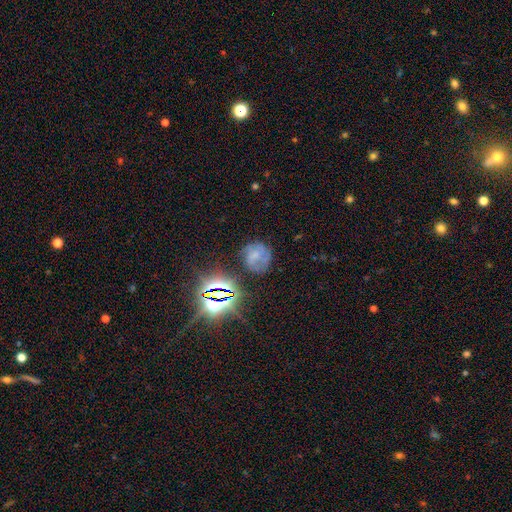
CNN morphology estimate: smooth_or_featured: featured or disk (p=0.39) [alt: smooth p=0.38]
merging: none (p=0.58) [alt: minor disturbance p=0.23]